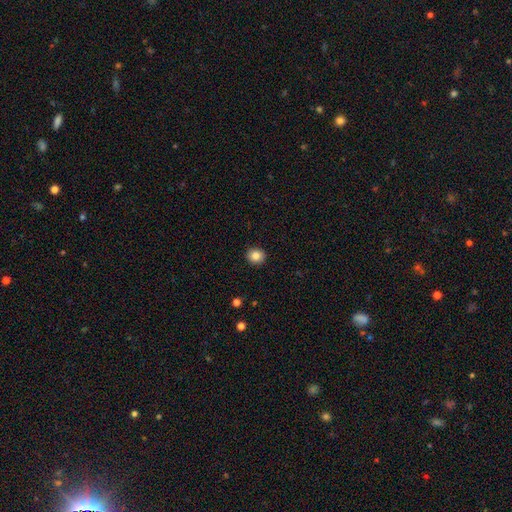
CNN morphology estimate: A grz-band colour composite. It shows a smooth galaxy with no disk features (85%) that is round (83%). Merging: none (92%).